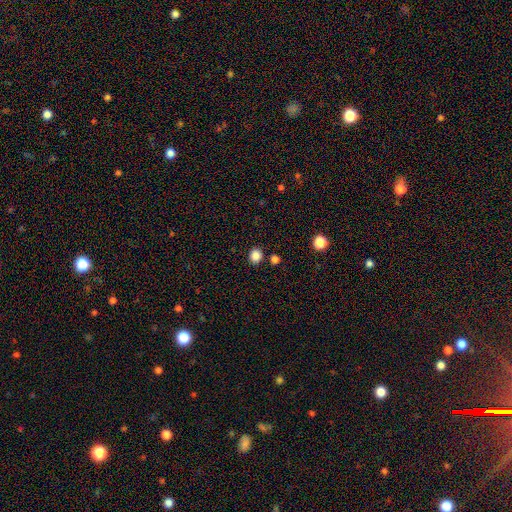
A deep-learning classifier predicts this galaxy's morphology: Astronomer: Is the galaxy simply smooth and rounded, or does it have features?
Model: smooth — 85%.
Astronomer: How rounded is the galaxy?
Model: round — 80%.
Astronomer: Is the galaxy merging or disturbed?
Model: none — 88%.